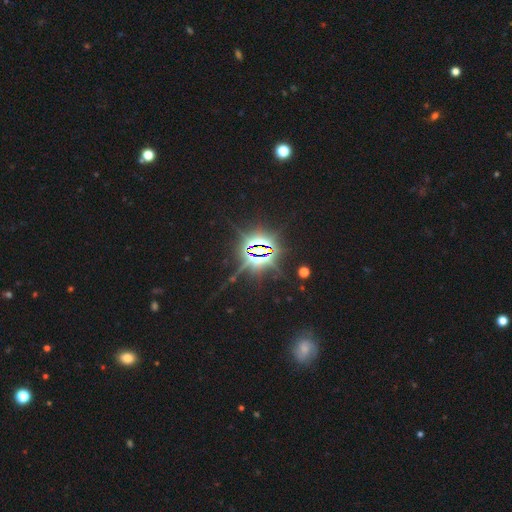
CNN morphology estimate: This is clearly a star or artifact rather than a galaxy (85%).